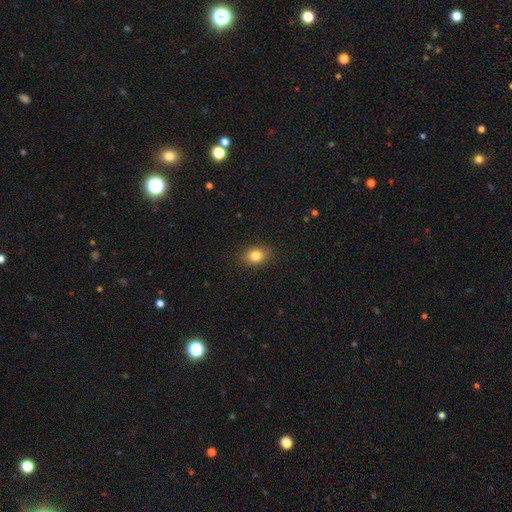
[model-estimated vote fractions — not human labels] Smooth or featured? Predicted: smooth (p=0.83). How rounded? Predicted: in between (p=0.57). Merging? Predicted: none (p=0.86).